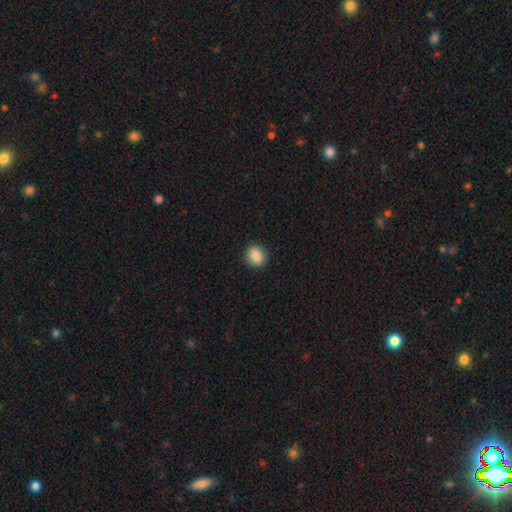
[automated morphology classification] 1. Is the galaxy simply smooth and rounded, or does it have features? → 87% smooth, 9% star or artifact, 5% featured or disk.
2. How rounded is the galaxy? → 69% round, 30% in between, 1% cigar-shaped.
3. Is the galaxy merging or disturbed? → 90% none, 7% minor disturbance, 2% major disturbance, 1% merger.